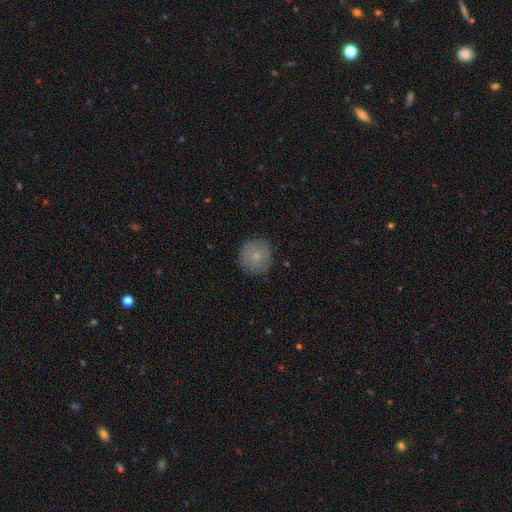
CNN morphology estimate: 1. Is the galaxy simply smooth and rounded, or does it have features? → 77% smooth, 15% featured or disk, 8% star or artifact.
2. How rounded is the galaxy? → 94% round, 5% in between, 1% cigar-shaped.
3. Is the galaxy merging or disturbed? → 86% none, 11% minor disturbance, 2% major disturbance, 1% merger.